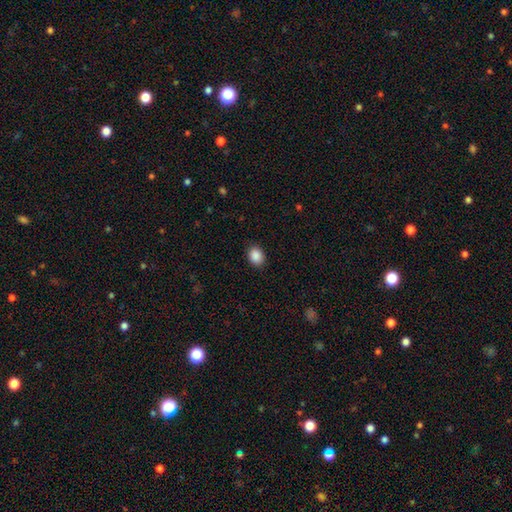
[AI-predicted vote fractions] This is clearly a smooth galaxy (89%). How rounded: likely in between (61%). Merging: clearly none (89%).